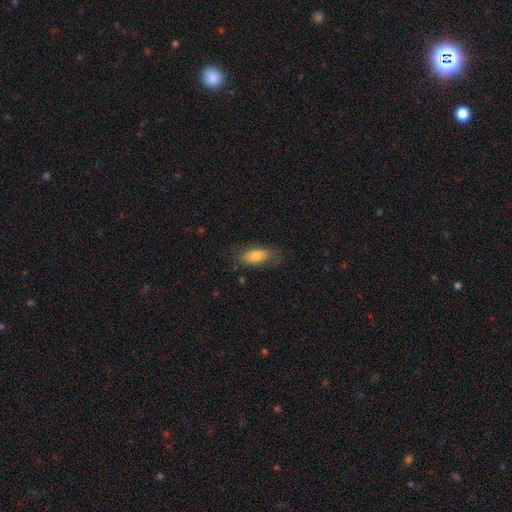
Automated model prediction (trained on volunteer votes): Smooth or featured?
  - smooth: 74% *
  - featured or disk: 19%
  - star or artifact: 7%
How rounded?
  - in between: 83% *
  - cigar-shaped: 14%
  - round: 3%
Merging?
  - none: 69% *
  - minor disturbance: 21%
  - major disturbance: 8%
  - merger: 1%